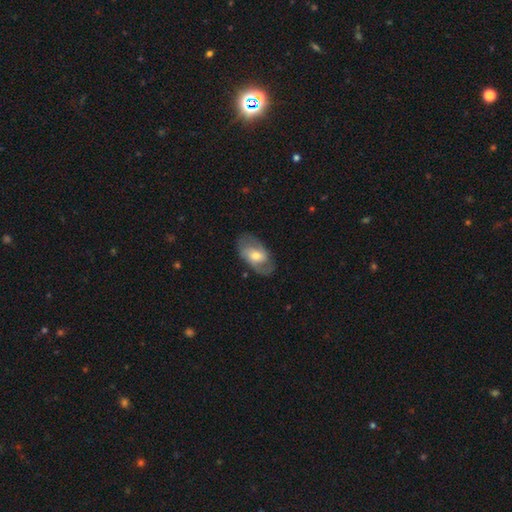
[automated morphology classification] smooth_or_featured: featured or disk (p=0.56) [alt: smooth p=0.38]
disk_edge_on: no (p=0.93) [alt: yes p=0.07]
bar: no (p=0.42) [tied with: weak p=0.42]
has_spiral_arms: yes (p=0.74) [alt: no p=0.26]
bulge_size: moderate (p=0.61) [alt: small p=0.27]
merging: none (p=0.75) [alt: minor disturbance p=0.17]